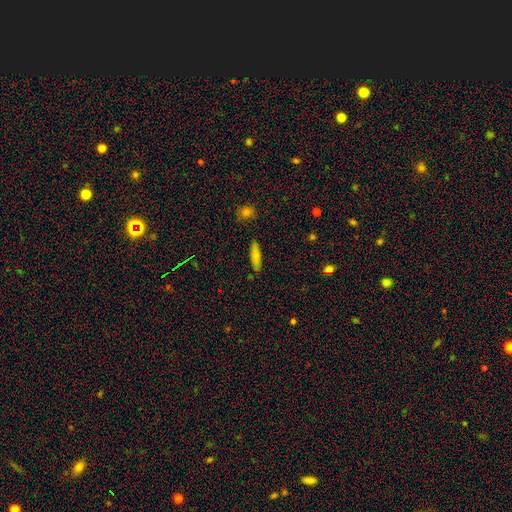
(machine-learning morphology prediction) Smooth or featured? Predicted: smooth (p=0.80). How rounded? Predicted: cigar-shaped (p=0.74). Merging? Predicted: none (p=0.88).